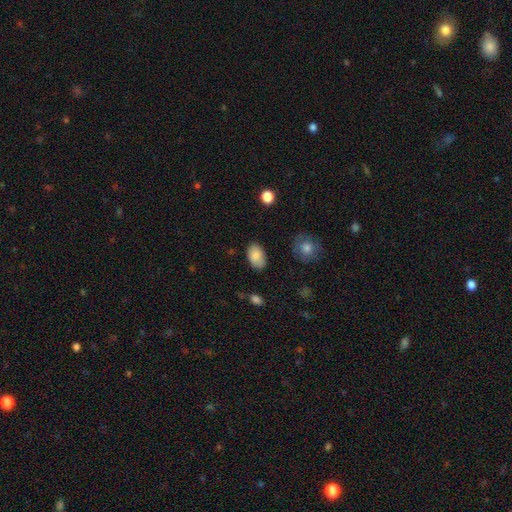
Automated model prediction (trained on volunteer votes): A smooth galaxy with no disk features (86%) that is in between round and cigar-shaped (91%). Merging: none (81%).